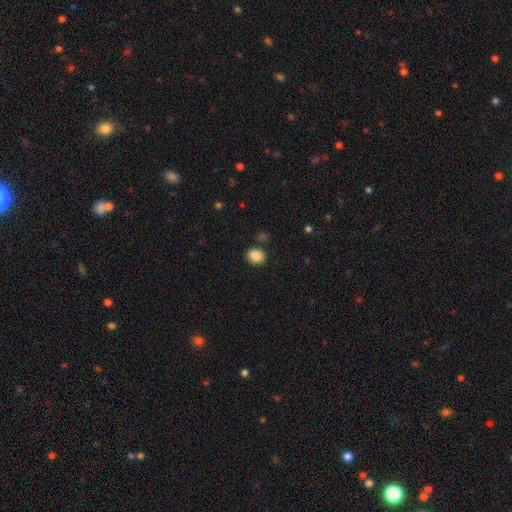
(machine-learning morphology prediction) Smooth or featured? smooth (87%)
How rounded? round (59%)
Merging? none (84%)